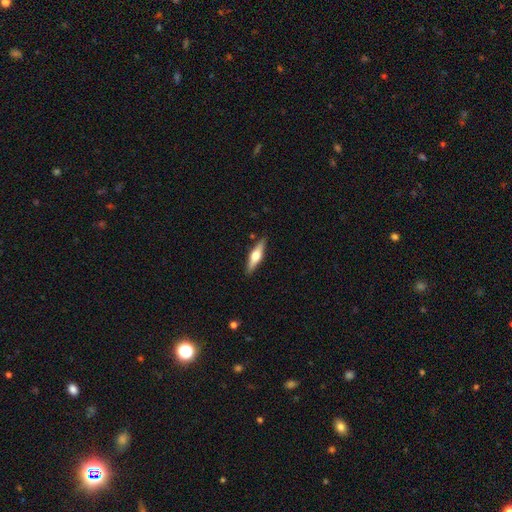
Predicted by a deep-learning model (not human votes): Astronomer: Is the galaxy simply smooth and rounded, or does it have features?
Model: featured or disk — 56% (runner-up: smooth, 38%).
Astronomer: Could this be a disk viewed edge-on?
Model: yes — 95%.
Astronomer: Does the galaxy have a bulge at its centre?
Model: rounded — 92%.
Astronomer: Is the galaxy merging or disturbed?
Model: none — 88%.